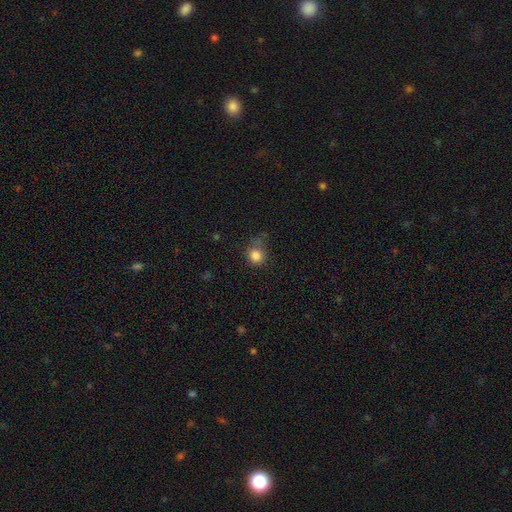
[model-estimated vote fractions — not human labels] Morphology: type=smooth (83%); roundness=round (85%); merging=none (59%).